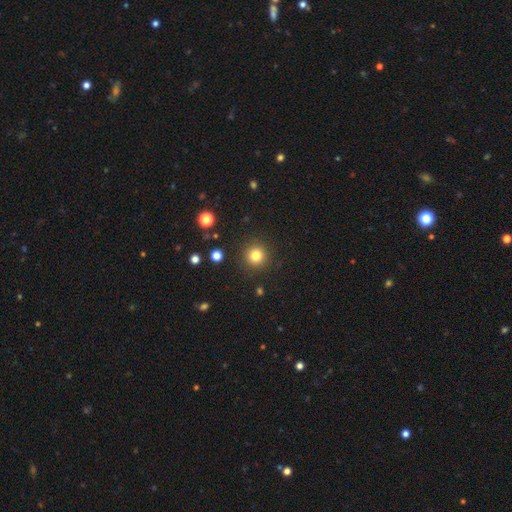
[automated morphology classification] Smooth or featured?
  - smooth: 82% *
  - star or artifact: 12%
  - featured or disk: 6%
How rounded?
  - round: 95% *
  - in between: 4%
  - cigar-shaped: 1%
Merging?
  - none: 91% *
  - minor disturbance: 6%
  - major disturbance: 2%
  - merger: 1%